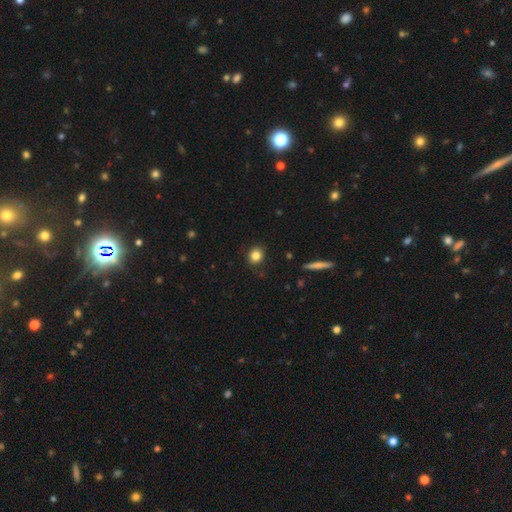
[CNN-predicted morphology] This appears to be a smooth galaxy with no disk features (83%) that is round (77%). Merging: none (87%).